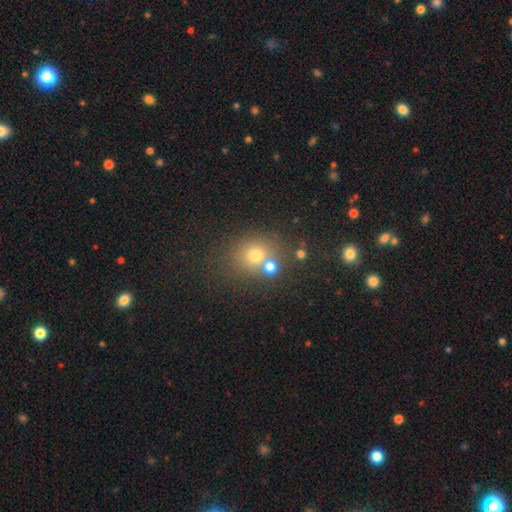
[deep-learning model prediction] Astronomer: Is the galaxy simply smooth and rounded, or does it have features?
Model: smooth — 70%.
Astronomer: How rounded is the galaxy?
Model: round — 76%.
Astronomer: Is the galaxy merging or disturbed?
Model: none — 58%.